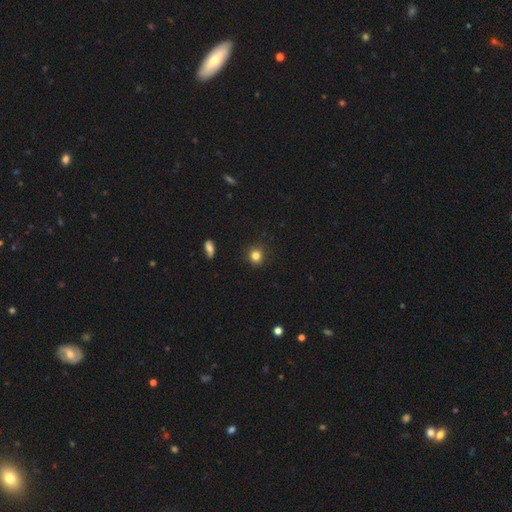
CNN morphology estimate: This is clearly a smooth galaxy (83%). How rounded: clearly round (88%). Merging: clearly none (89%).